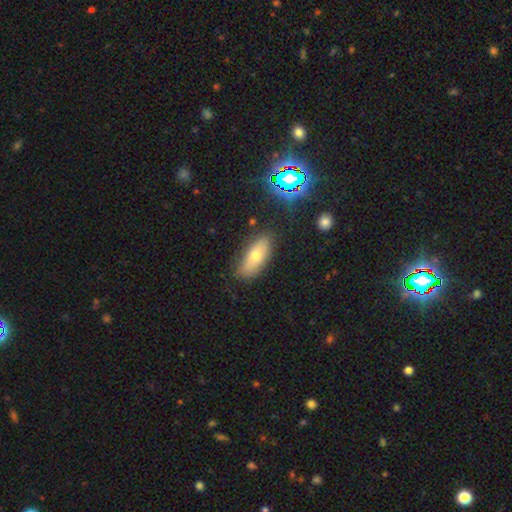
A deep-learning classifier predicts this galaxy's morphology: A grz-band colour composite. It shows a smooth galaxy with no disk features (64%) that is in between round and cigar-shaped (77%). Merging: none (79%).